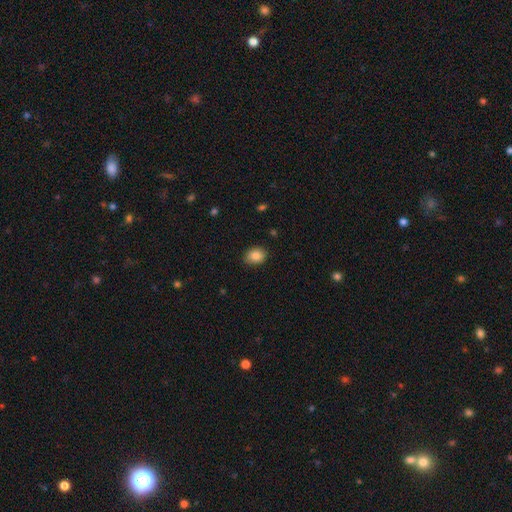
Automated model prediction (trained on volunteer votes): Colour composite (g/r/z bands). It shows a smooth galaxy with no disk features (86%) that is in between round and cigar-shaped (57%). Merging: none (82%).